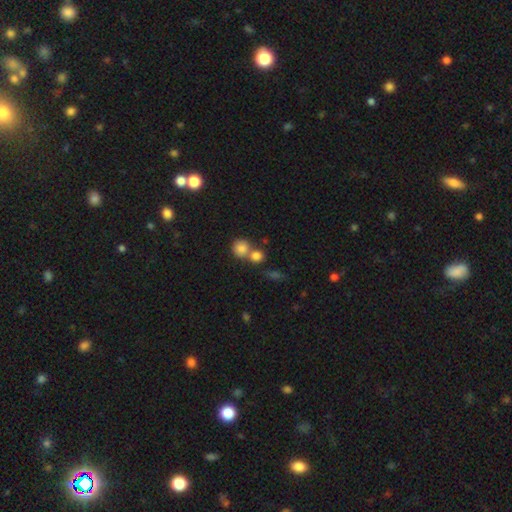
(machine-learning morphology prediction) A smooth galaxy with no disk features (80%) that is round (82%).

Vote fractions:
- Smooth or featured? smooth: 80% / star or artifact: 12% / featured or disk: 8%
- How rounded? round: 82% / in between: 17% / cigar-shaped: 1%
- Merging? none: 47% / merger: 42% / minor disturbance: 7% / major disturbance: 3%